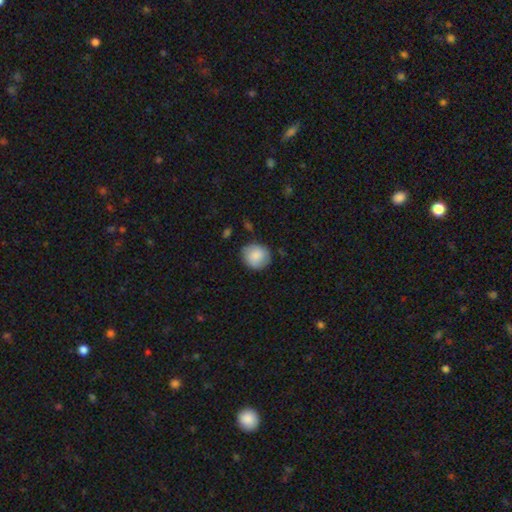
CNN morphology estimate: This is clearly a smooth galaxy (84%). How rounded: clearly round (86%). Merging: clearly none (81%).